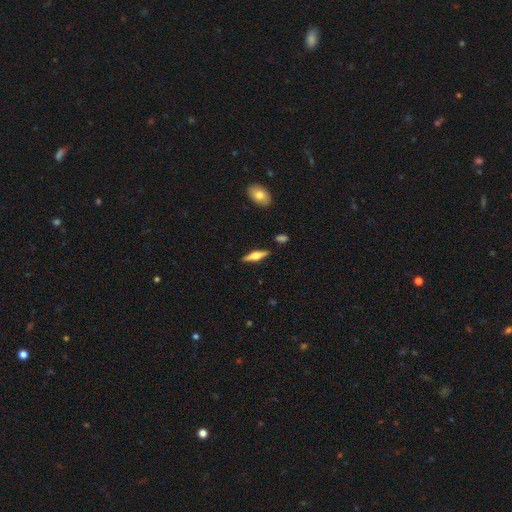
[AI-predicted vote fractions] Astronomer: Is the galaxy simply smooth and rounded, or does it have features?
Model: featured or disk — 60%.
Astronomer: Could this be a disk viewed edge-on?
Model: yes — 96%.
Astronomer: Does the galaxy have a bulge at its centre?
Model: rounded — 90%.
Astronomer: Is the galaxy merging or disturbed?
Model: none — 88%.